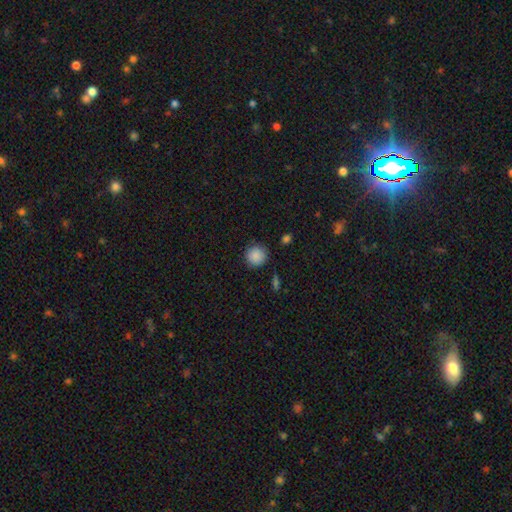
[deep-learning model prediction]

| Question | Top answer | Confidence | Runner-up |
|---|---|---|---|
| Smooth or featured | smooth | 87% | star or artifact (9%) |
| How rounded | round | 94% | in between (5%) |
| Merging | none | 87% | minor disturbance (9%) |